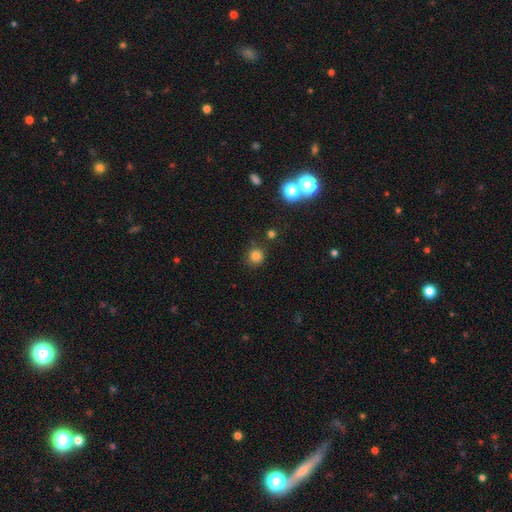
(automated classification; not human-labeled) Overall: smooth (80%). How rounded: round (90%). Merging: none (81%).